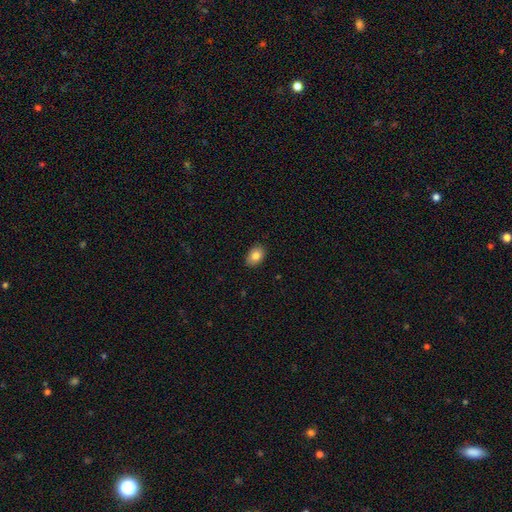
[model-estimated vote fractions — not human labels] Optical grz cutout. It shows a smooth galaxy with no disk features (83%) that is in between round and cigar-shaped (81%). Merging: none (88%).